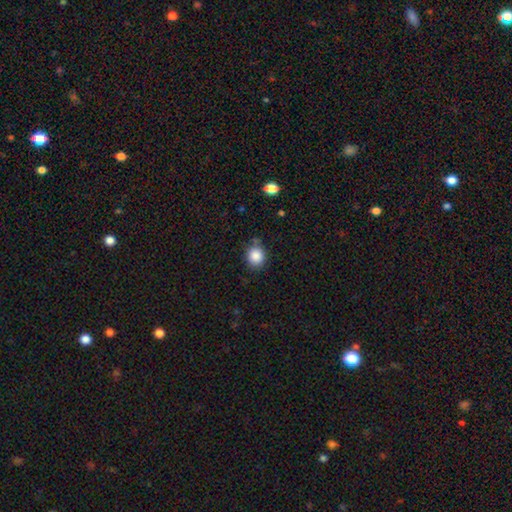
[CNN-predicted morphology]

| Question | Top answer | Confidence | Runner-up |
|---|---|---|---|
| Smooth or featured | smooth | 87% | star or artifact (9%) |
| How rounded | round | 79% | in between (20%) |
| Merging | none | 76% | minor disturbance (15%) |